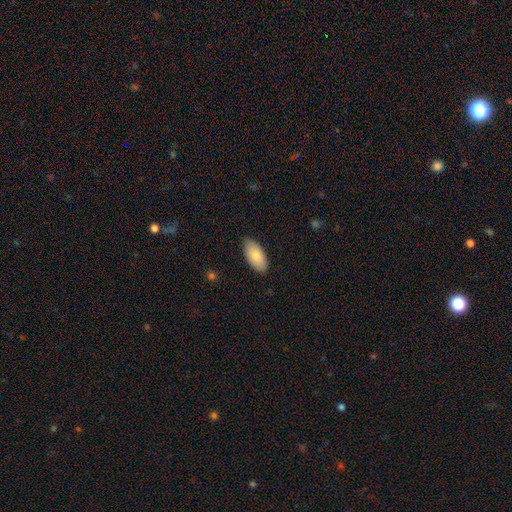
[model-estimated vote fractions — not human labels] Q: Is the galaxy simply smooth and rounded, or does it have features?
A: smooth — 81%.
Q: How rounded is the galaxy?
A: in between — 93%.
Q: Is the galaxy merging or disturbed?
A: none — 86%.